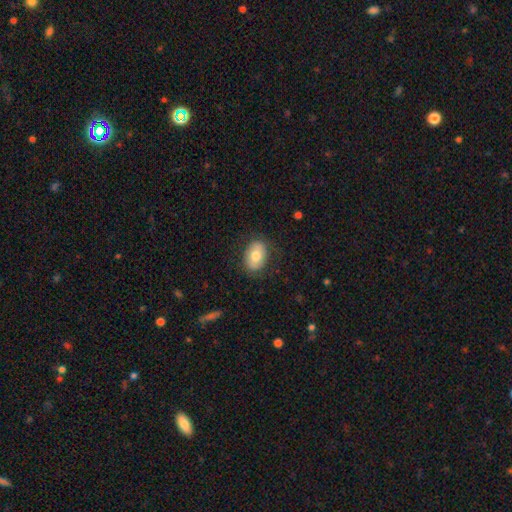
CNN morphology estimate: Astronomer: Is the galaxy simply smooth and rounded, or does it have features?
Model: smooth — 73%.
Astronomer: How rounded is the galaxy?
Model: in between — 82%.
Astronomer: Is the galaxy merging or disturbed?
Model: none — 81%.